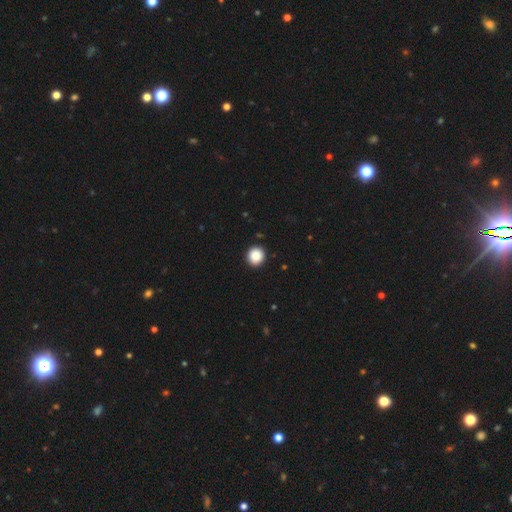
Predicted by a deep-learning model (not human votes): Overall: smooth (89%). How rounded: round (92%). Merging: none (93%).